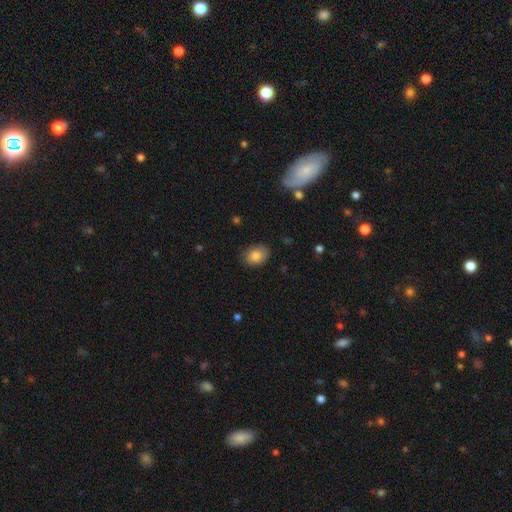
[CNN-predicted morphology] Smooth or featured?
  - smooth: 83% *
  - featured or disk: 9%
  - star or artifact: 8%
How rounded?
  - in between: 72% *
  - round: 27%
  - cigar-shaped: 1%
Merging?
  - none: 83% *
  - minor disturbance: 14%
  - major disturbance: 3%
  - merger: 1%